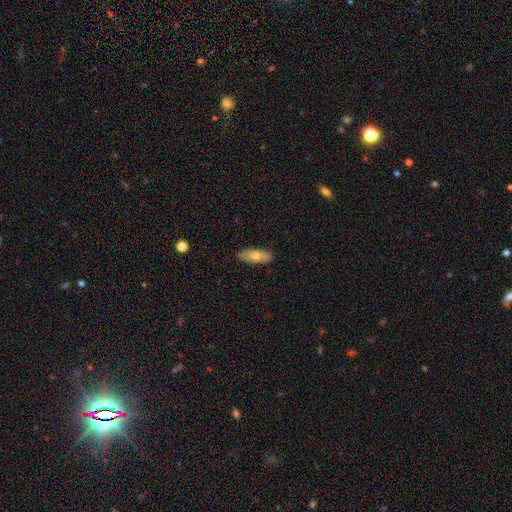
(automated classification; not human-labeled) Smooth or featured?
  - smooth: 70% *
  - featured or disk: 24%
  - star or artifact: 6%
How rounded?
  - in between: 68% *
  - cigar-shaped: 29%
  - round: 3%
Merging?
  - none: 88% *
  - minor disturbance: 10%
  - major disturbance: 2%
  - merger: 1%